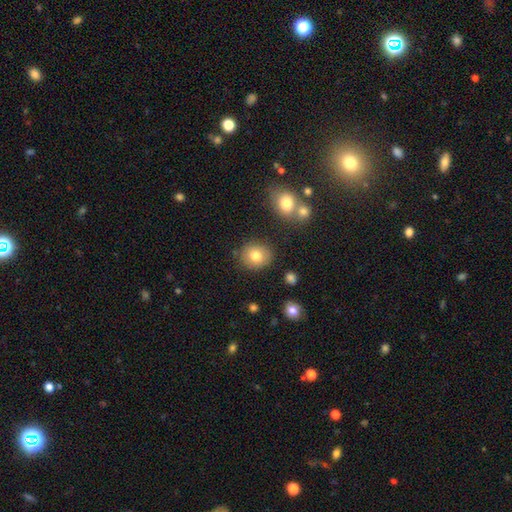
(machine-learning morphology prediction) Smooth or featured? smooth (79%)
How rounded? round (80%)
Merging? none (84%)